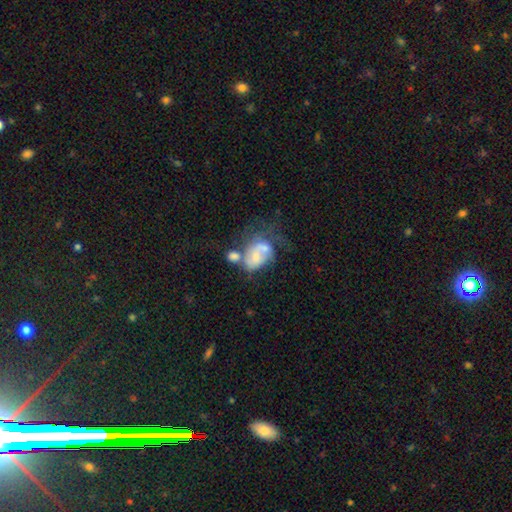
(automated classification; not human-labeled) featured or disk 51%, smooth 40%, star or artifact 9%. Down the decision tree: edge-on disk — no (97%); merging — merger (47%).